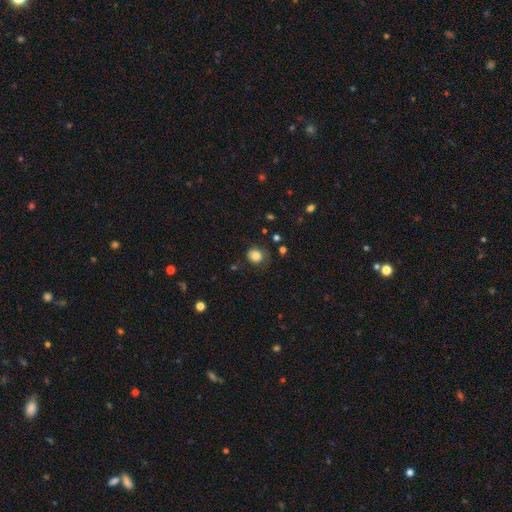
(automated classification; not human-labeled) Morphology: type=smooth (83%); roundness=round (71%); merging=none (69%).